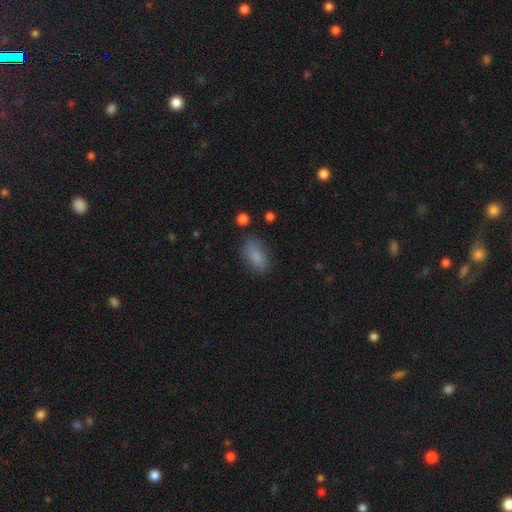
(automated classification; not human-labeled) Smooth or featured? Predicted: smooth (p=0.84). How rounded? Predicted: in between (p=0.88). Merging? Predicted: none (p=0.77).